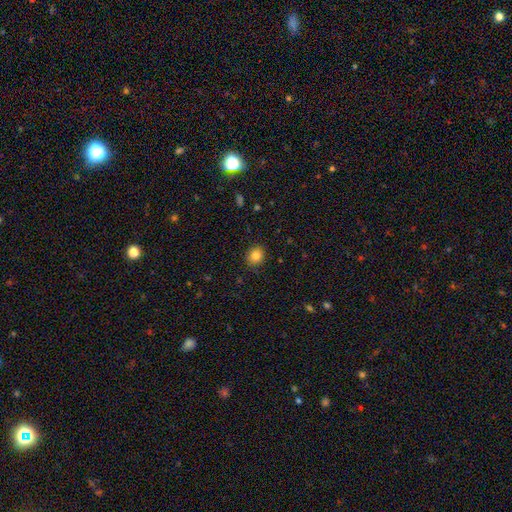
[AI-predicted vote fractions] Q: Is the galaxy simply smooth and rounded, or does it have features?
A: smooth — 84%.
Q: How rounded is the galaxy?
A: round — 77%.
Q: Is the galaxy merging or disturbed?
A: none — 88%.